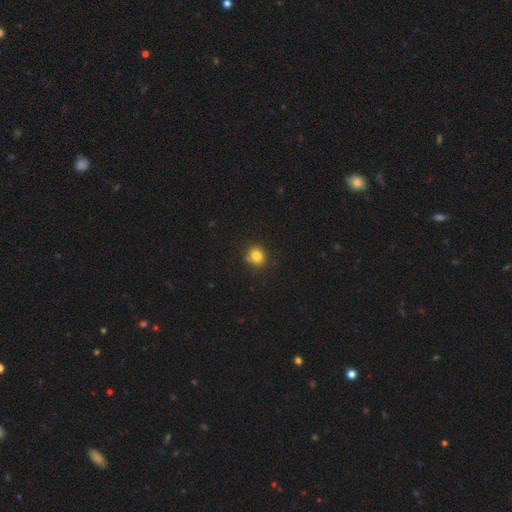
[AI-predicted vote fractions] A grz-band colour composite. It shows a smooth galaxy with no disk features (82%) that is round (78%). Merging: none (81%).